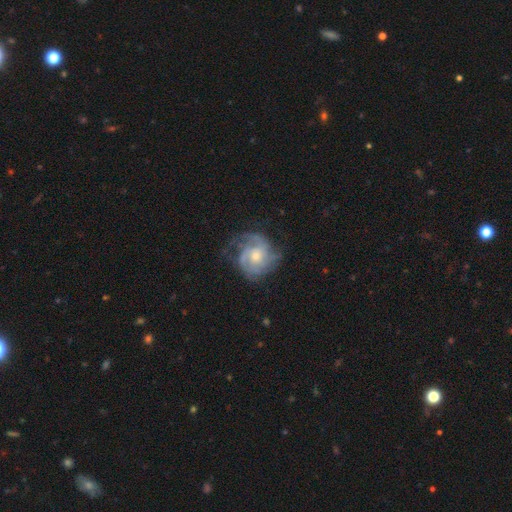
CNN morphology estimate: Q: Smooth or featured?
A: featured or disk (82%); runner-up: smooth (13%)
Q: Edge-on disk?
A: no (98%); runner-up: yes (2%)
Q: Bar?
A: no (76%); runner-up: weak (21%)
Q: Spiral arms?
A: yes (94%); runner-up: no (6%)
Q: Spiral winding?
A: tight (50%); runner-up: medium (38%)
Q: Spiral arm count?
A: 3 (32%); runner-up: can't tell (25%)
Q: Bulge size?
A: moderate (51%); runner-up: small (43%)
Q: Merging?
A: none (62%); runner-up: minor disturbance (22%)